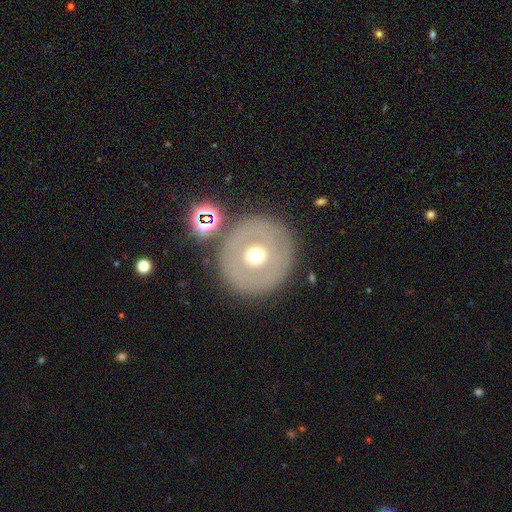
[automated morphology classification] A smooth galaxy with no disk features (47%).

Vote fractions:
- Smooth or featured? smooth: 47% / featured or disk: 43% / star or artifact: 9%
- Merging? none: 80% / minor disturbance: 9% / merger: 6% / major disturbance: 5%